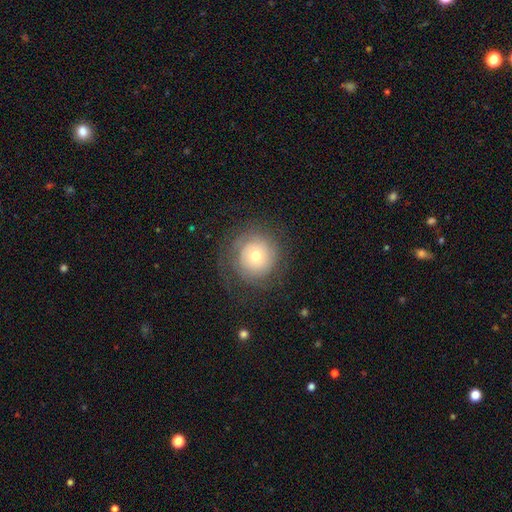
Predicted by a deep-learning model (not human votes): The model was most divided on "smooth or featured": smooth: 46%, featured or disk: 44%, star or artifact: 10%. More confident: merging — none (73%).